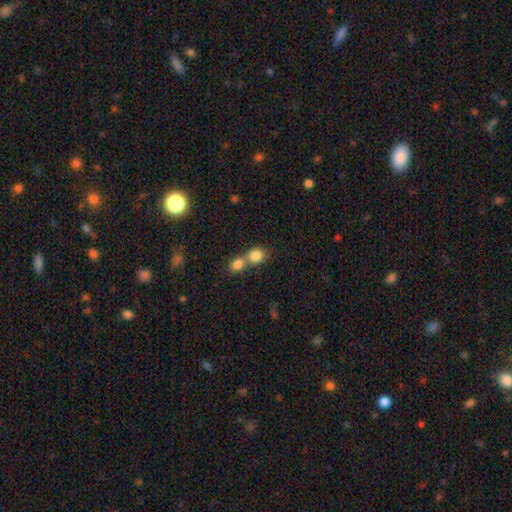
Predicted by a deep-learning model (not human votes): smooth-or-featured: smooth: 82% | star or artifact: 10% | featured or disk: 8%
  how-rounded: round: 62% | in between: 36% | cigar-shaped: 2%
  merging: merger: 62% | none: 30% | minor disturbance: 6% | major disturbance: 3%